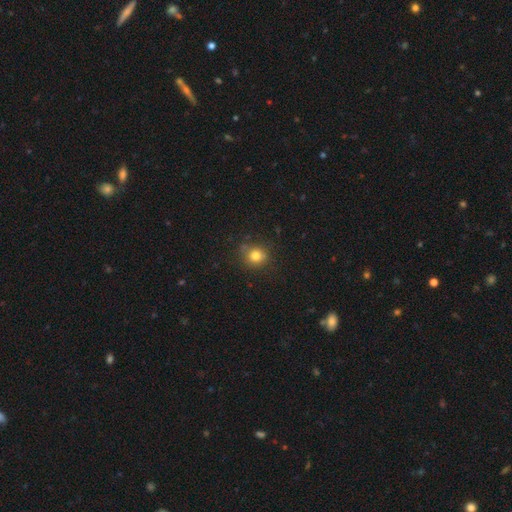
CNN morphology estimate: type=smooth (80%); roundness=round (86%); merging=none (80%).